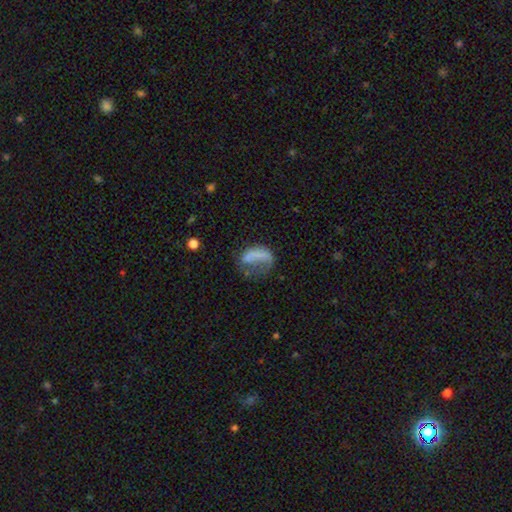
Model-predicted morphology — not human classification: type=smooth (55%); roundness=in between (74%); merging=major disturbance (51%).